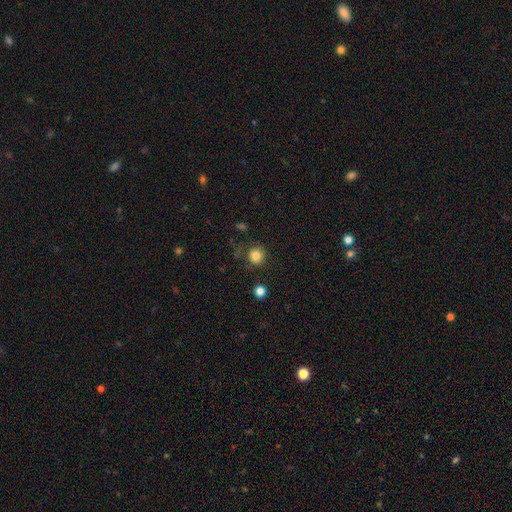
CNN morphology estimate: smooth 83%, star or artifact 12%, featured or disk 6%. Down the decision tree: how rounded — round (91%); merging — none (78%).